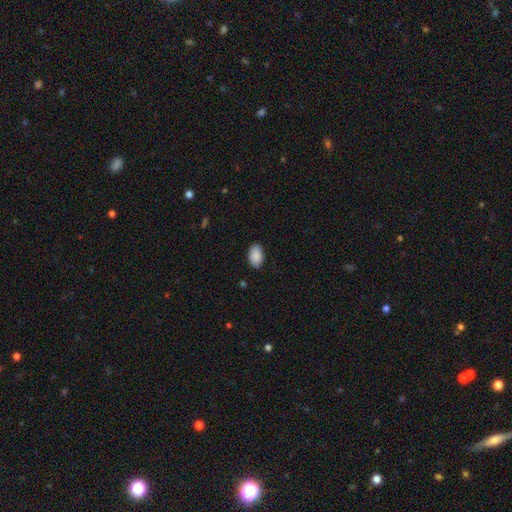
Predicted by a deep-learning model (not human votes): A smooth galaxy with no disk features (90%) that is in between round and cigar-shaped (92%). Merging: none (87%).